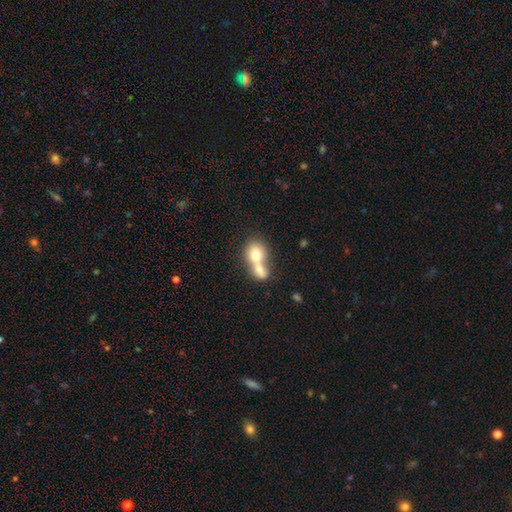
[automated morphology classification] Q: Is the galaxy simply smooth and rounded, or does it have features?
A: smooth — 71%.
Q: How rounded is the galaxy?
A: in between — 50%.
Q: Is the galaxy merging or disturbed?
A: merger — 77%.